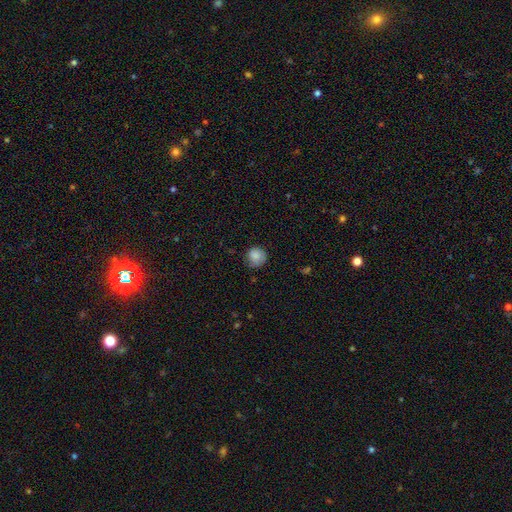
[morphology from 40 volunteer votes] Smooth or featured? 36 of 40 (90%) said smooth. How rounded? 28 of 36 (78%) said round. Merging? 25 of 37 (68%) said none.